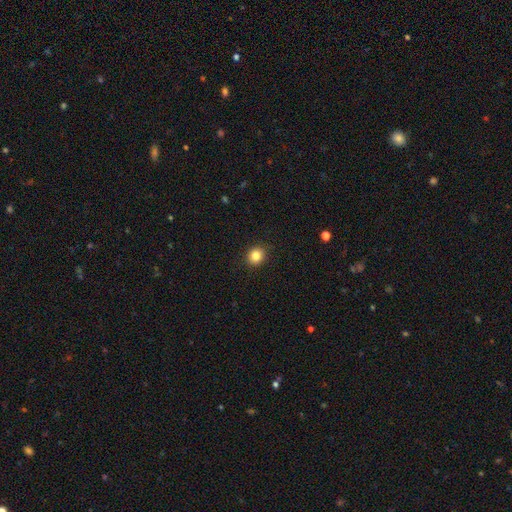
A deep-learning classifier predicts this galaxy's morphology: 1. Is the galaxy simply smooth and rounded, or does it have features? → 84% smooth, 11% star or artifact, 5% featured or disk.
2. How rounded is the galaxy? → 81% round, 18% in between, 1% cigar-shaped.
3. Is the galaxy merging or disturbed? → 91% none, 7% minor disturbance, 2% major disturbance, 1% merger.